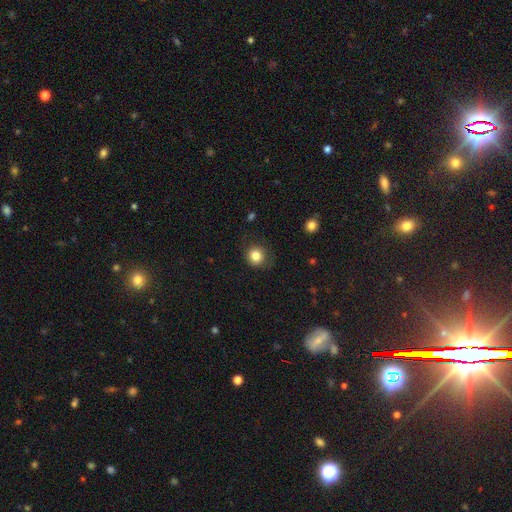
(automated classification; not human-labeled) Morphology: type=smooth (83%); roundness=round (91%); merging=none (84%).